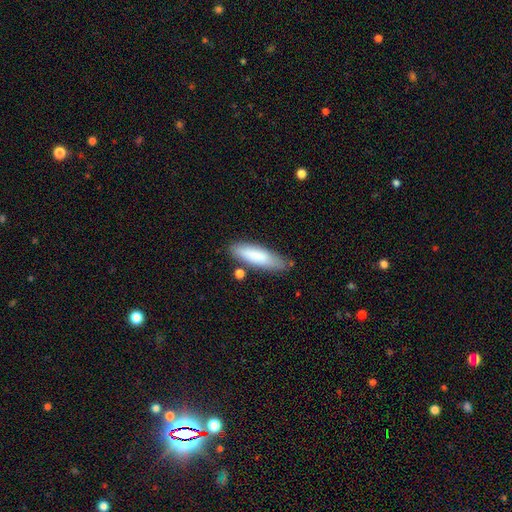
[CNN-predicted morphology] type=smooth (82%); roundness=cigar-shaped (58%); merging=none (77%).